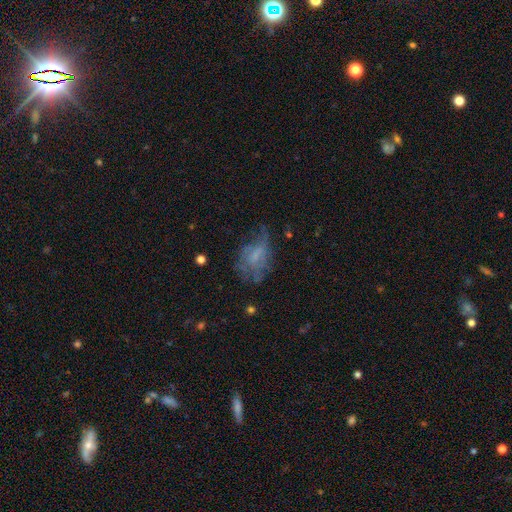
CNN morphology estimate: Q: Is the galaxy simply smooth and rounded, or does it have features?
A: featured or disk — 47%.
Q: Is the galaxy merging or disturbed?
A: none — 36%.